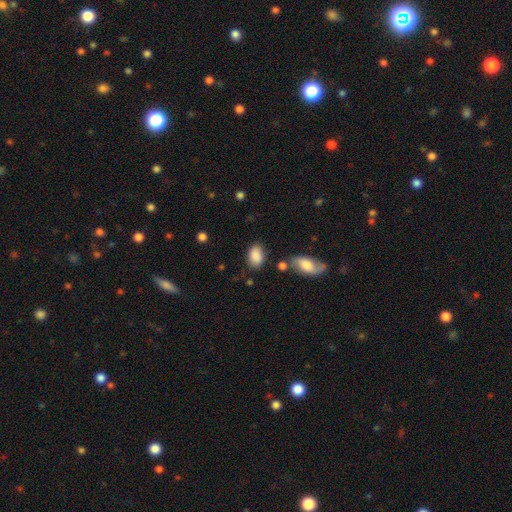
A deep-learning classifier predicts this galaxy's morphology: This is clearly a smooth galaxy (87%). How rounded: clearly in between (88%). Merging: likely none (74%).